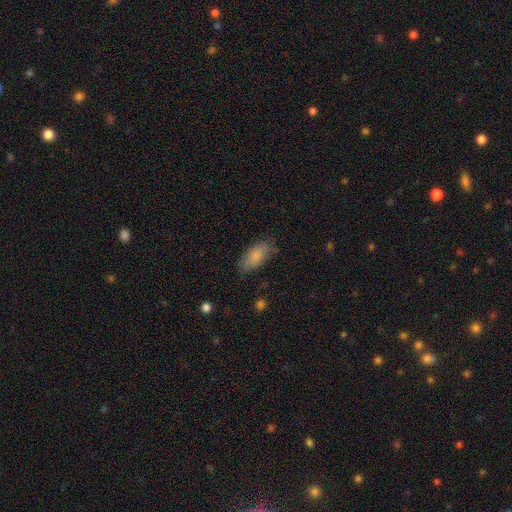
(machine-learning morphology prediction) Smooth or featured? Predicted: smooth (p=0.85). How rounded? Predicted: in between (p=0.89). Merging? Predicted: none (p=0.77).